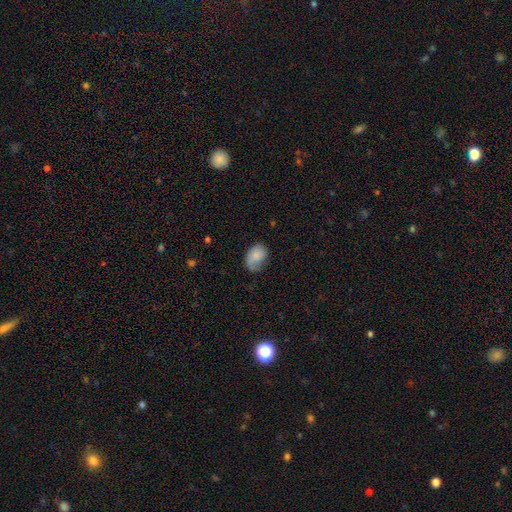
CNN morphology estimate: Smooth or featured?
  - smooth: 78% *
  - featured or disk: 15%
  - star or artifact: 7%
How rounded?
  - in between: 80% *
  - round: 19%
  - cigar-shaped: 1%
Merging?
  - none: 47% *
  - minor disturbance: 34%
  - major disturbance: 17%
  - merger: 2%